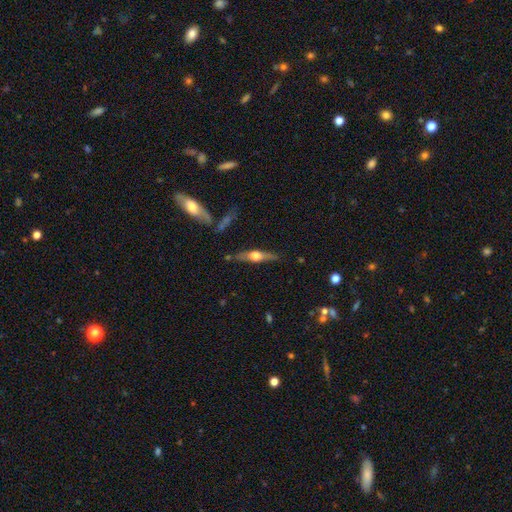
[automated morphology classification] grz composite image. It shows a featured or disk galaxy (64%) viewed edge-on (93%) with a rounded central bulge (94%). Merging: none (83%).